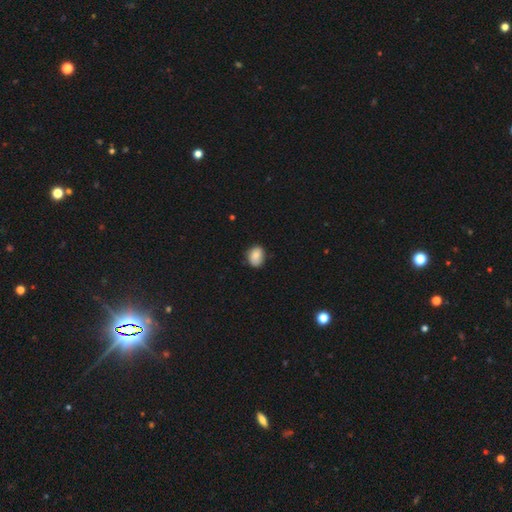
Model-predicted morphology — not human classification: smooth_or_featured: smooth (p=0.85) [alt: star or artifact p=0.08]
how_rounded: in between (p=0.60) [alt: round p=0.39]
merging: none (p=0.75) [alt: minor disturbance p=0.21]